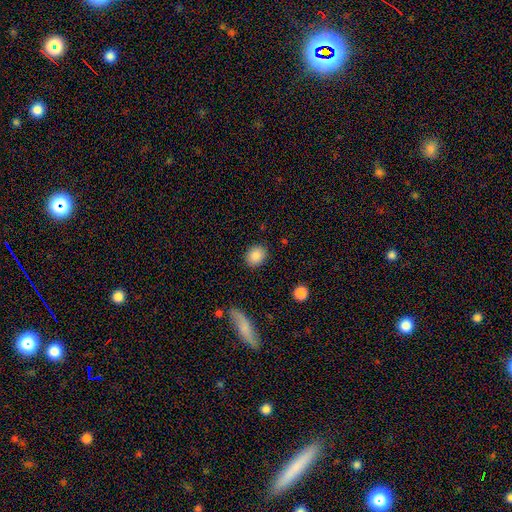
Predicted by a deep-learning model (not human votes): A smooth galaxy with no disk features (87%) that is round (64%).

Vote fractions:
- Smooth or featured? smooth: 87% / star or artifact: 8% / featured or disk: 5%
- How rounded? round: 64% / in between: 35% / cigar-shaped: 1%
- Merging? none: 88% / minor disturbance: 8% / major disturbance: 3% / merger: 2%